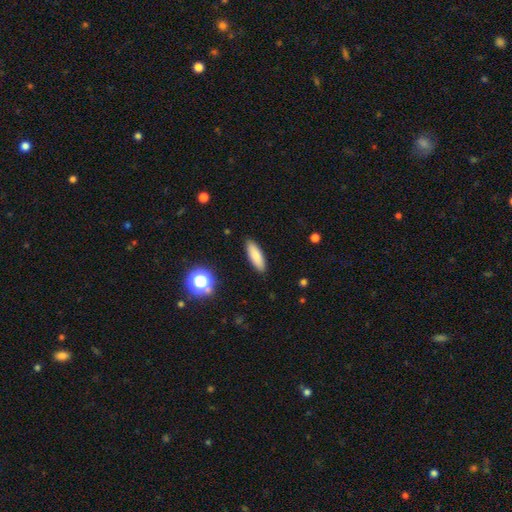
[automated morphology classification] Overall: smooth (85%). How rounded: in between (51%; cigar-shaped 47%). Merging: none (90%).